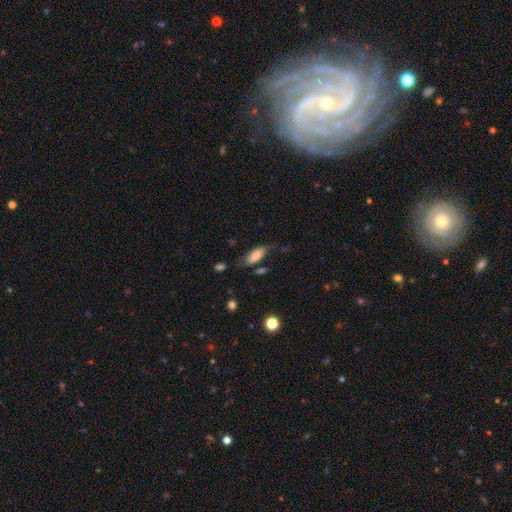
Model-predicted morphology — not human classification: The model was most divided on "merging": none: 55%, minor disturbance: 28%, major disturbance: 12%, merger: 5%. More confident: how rounded — in between (82%); smooth or featured — smooth (79%).